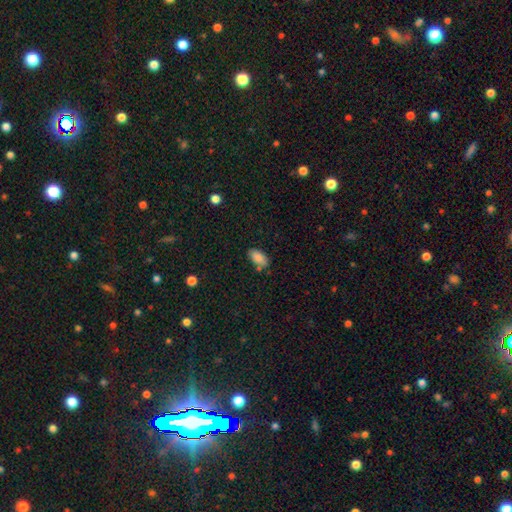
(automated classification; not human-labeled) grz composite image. It shows a smooth galaxy with no disk features (85%) that is in between round and cigar-shaped (92%). Merging: none (76%).